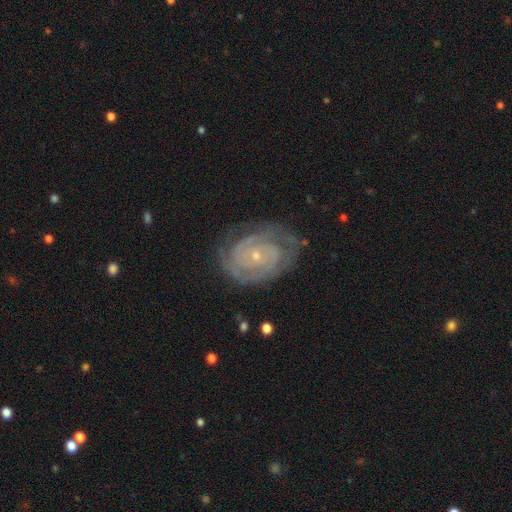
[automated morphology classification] Overall: featured or disk (86%). Edge-on disk: no (97%). Bar: no (75%). Spiral arms: yes (95%). Spiral arm count: 2 (43%; can't tell 26%). Spiral winding: tight (76%). Bulge size: small (80%). Merging: none (73%).